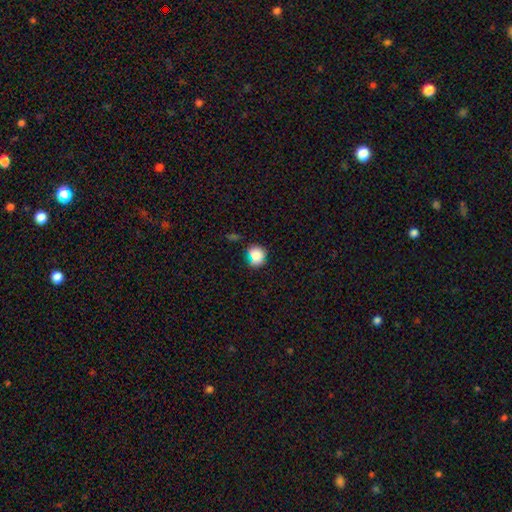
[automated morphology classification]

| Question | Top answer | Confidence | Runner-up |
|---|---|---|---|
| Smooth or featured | smooth | 81% | star or artifact (13%) |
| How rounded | round | 79% | in between (20%) |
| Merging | none | 65% | minor disturbance (21%) |